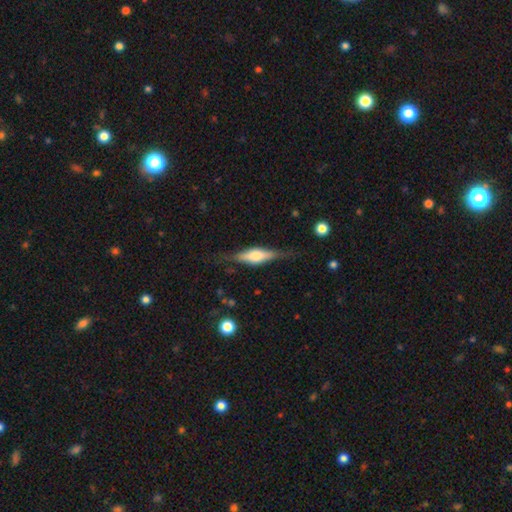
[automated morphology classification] This appears to be a featured or disk galaxy (60%) viewed edge-on (94%) with a rounded central bulge (76%). Merging: none (76%).